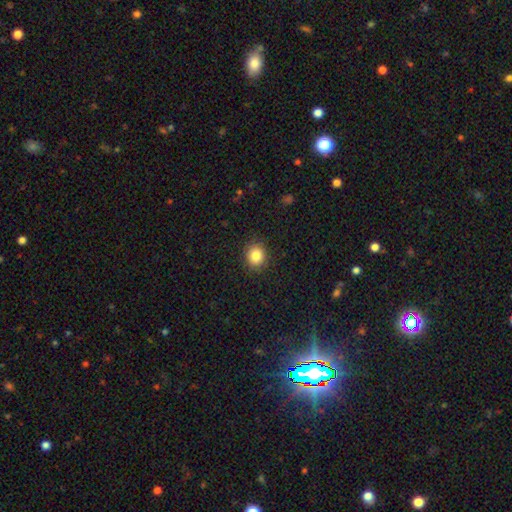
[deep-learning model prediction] Morphology: type=smooth (85%); roundness=round (76%); merging=none (89%).